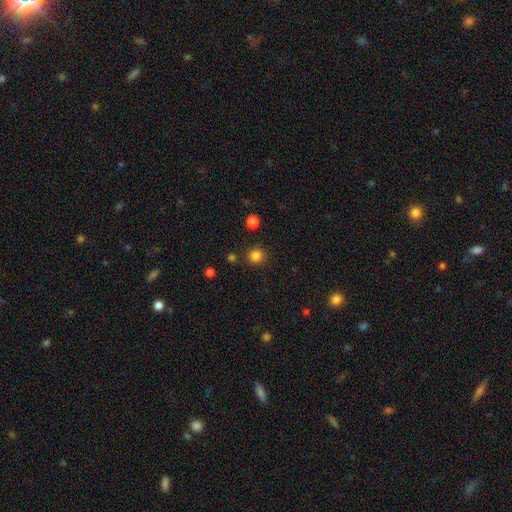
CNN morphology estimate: Smooth or featured: smooth — 83% (star or artifact — 13%)
How rounded: round — 92% (in between — 7%)
Merging: none — 88% (minor disturbance — 7%)